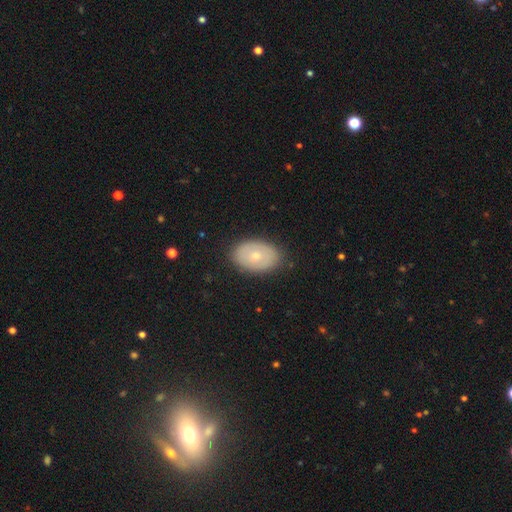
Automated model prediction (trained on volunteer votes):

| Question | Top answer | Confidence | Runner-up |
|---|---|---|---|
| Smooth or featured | smooth | 58% | featured or disk (35%) |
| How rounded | in between | 84% | round (15%) |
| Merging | none | 84% | minor disturbance (12%) |